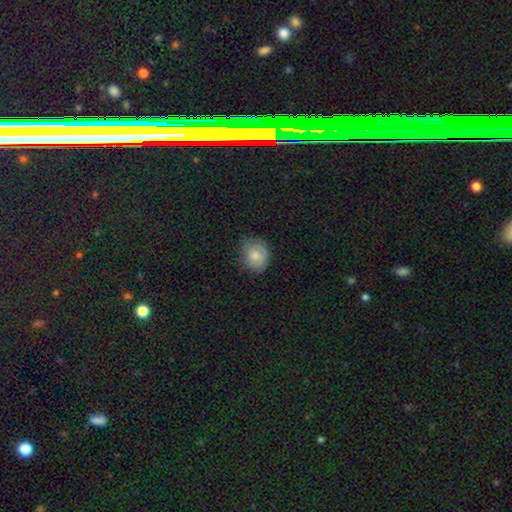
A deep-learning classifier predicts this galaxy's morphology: smooth_or_featured: smooth (p=0.71) [alt: featured or disk p=0.20]
how_rounded: round (p=0.65) [alt: in between p=0.34]
merging: none (p=0.70) [alt: minor disturbance p=0.22]